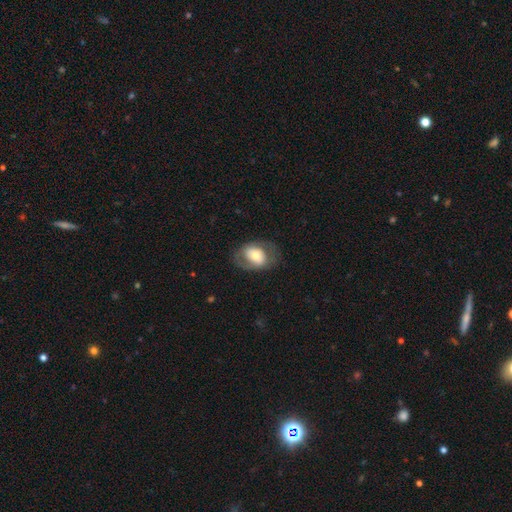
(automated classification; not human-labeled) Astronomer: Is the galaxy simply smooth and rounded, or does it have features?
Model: smooth — 50% (runner-up: featured or disk, 43%).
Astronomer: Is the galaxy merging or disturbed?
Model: none — 69%.